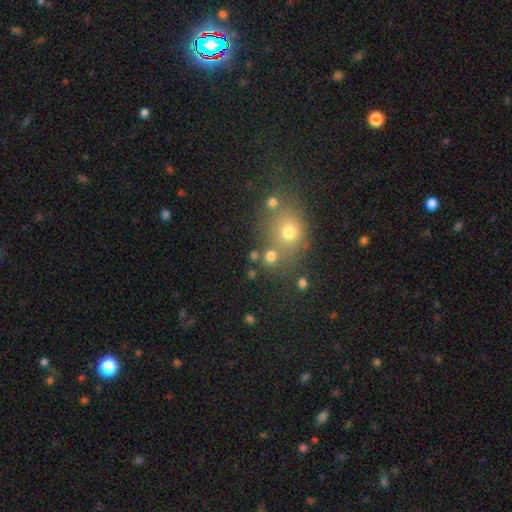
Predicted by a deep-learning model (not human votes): Q: Smooth or featured?
A: smooth (61%); runner-up: star or artifact (26%)
Q: How rounded?
A: round (72%); runner-up: in between (27%)
Q: Merging?
A: none (59%); runner-up: merger (25%)